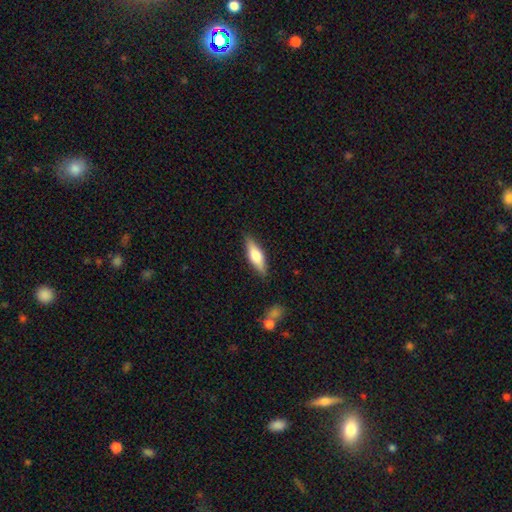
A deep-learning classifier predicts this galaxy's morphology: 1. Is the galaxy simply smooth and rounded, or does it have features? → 56% smooth, 39% featured or disk, 6% star or artifact.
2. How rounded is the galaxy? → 53% cigar-shaped, 45% in between, 2% round.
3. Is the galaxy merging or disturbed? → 86% none, 10% minor disturbance, 2% major disturbance, 2% merger.